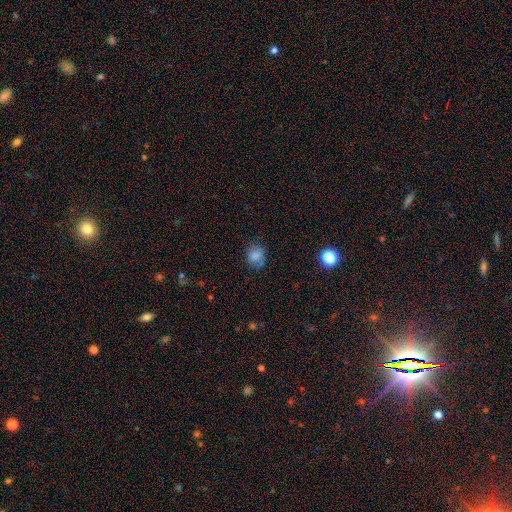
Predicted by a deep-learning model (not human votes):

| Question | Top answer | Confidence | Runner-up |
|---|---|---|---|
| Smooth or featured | smooth | 75% | star or artifact (13%) |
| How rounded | round | 62% | in between (37%) |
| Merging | none | 69% | minor disturbance (21%) |